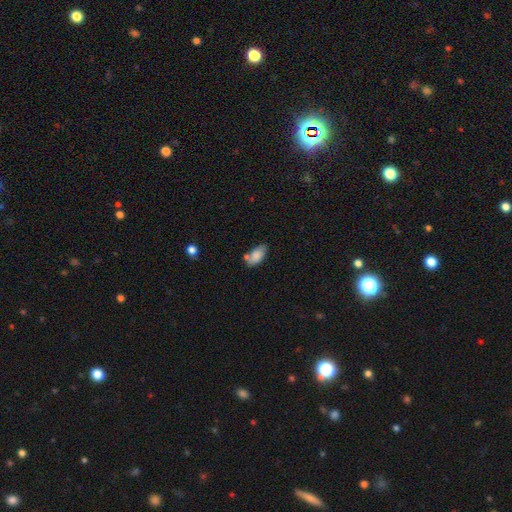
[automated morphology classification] Smooth or featured? Predicted: smooth (p=0.83). How rounded? Predicted: in between (p=0.92). Merging? Predicted: none (p=0.60).